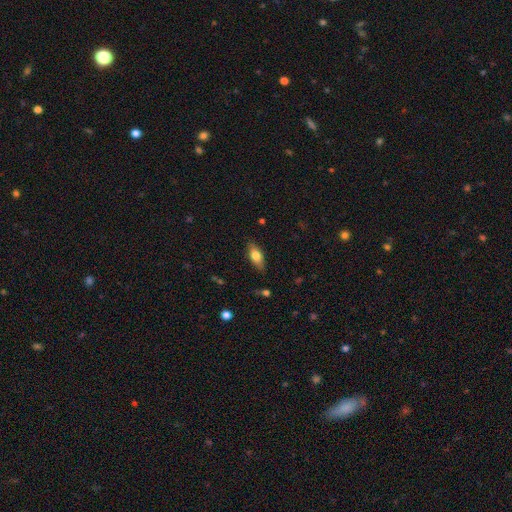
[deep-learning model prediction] Smooth or featured: smooth — 72% (featured or disk — 21%)
How rounded: in between — 82% (cigar-shaped — 14%)
Merging: none — 83% (minor disturbance — 13%)